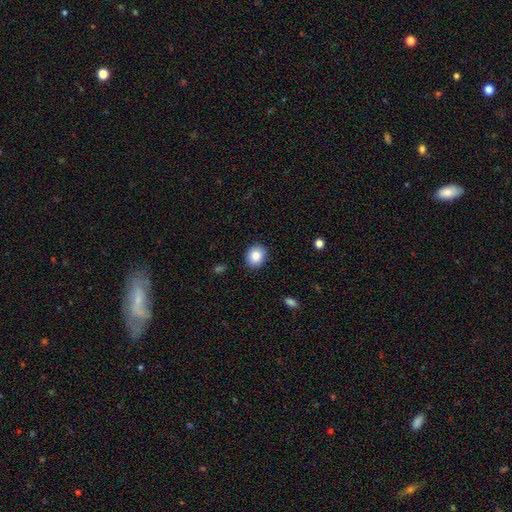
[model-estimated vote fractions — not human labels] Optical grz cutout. It shows a smooth galaxy with no disk features (84%) that is round (68%). Merging: none (90%).